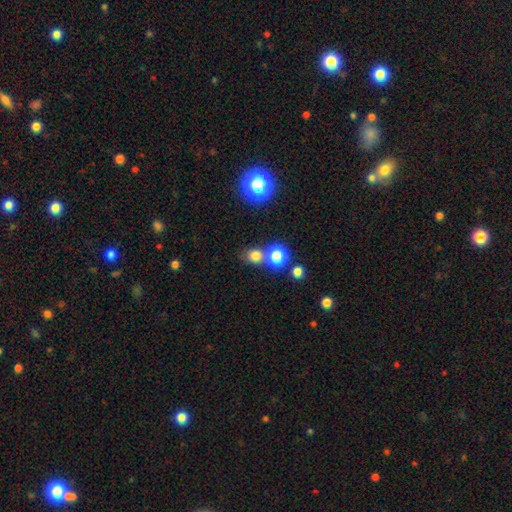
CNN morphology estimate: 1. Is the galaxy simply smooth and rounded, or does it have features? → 74% smooth, 20% star or artifact, 7% featured or disk.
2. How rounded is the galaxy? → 78% round, 21% in between, 1% cigar-shaped.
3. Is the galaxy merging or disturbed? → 58% none, 30% merger, 8% minor disturbance, 4% major disturbance.